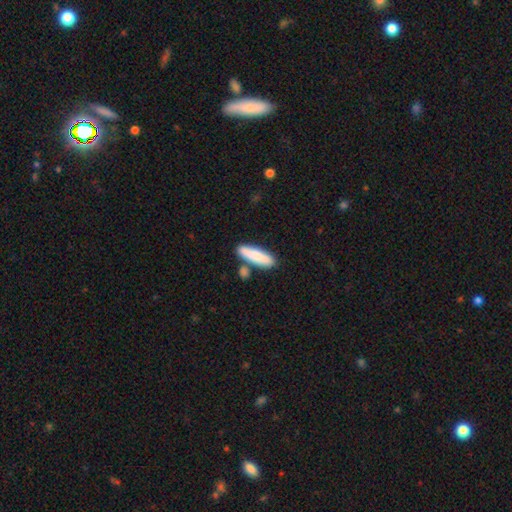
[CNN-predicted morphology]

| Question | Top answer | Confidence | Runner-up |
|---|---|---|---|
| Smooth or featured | smooth | 78% | featured or disk (17%) |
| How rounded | cigar-shaped | 64% | in between (34%) |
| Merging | none | 70% | merger (14%) |